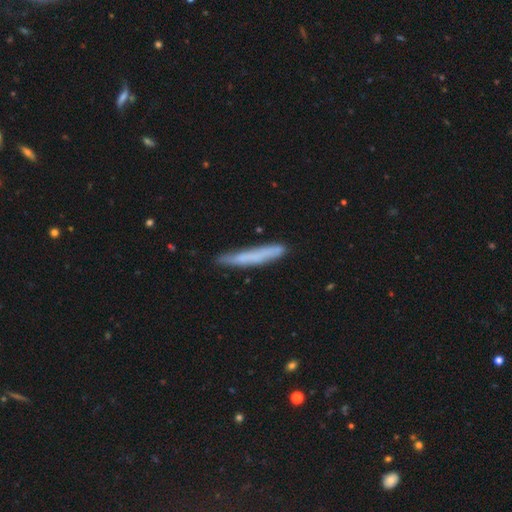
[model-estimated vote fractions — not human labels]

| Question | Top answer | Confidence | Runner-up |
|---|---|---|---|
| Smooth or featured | smooth | 66% | featured or disk (27%) |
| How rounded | cigar-shaped | 95% | in between (4%) |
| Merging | none | 79% | minor disturbance (16%) |